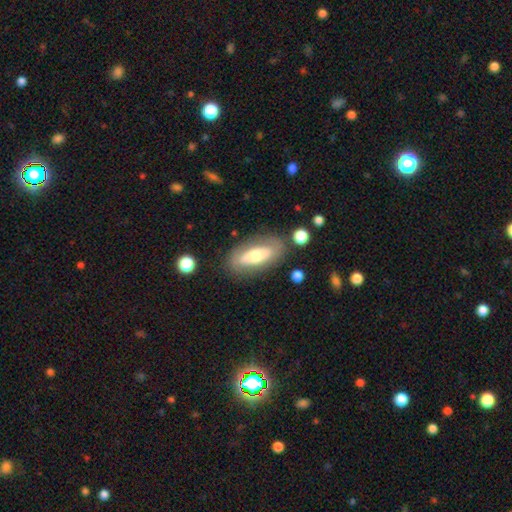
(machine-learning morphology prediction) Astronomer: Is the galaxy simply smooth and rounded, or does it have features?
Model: smooth — 48% (runner-up: featured or disk, 45%).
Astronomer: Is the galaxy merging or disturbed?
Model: none — 78%.